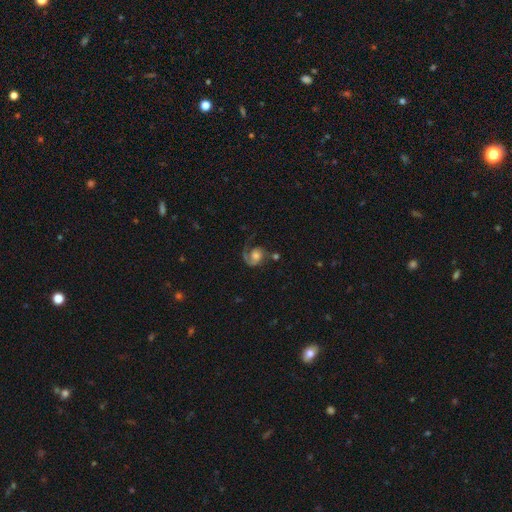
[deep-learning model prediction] featured or disk 76%, smooth 18%, star or artifact 7%. Down the decision tree: edge-on disk — no (98%); bar — no (70%); spiral arms — yes (94%); spiral arm count — 1 (65%); spiral winding — medium (42%); bulge size — moderate (47%); merging — none (46%).